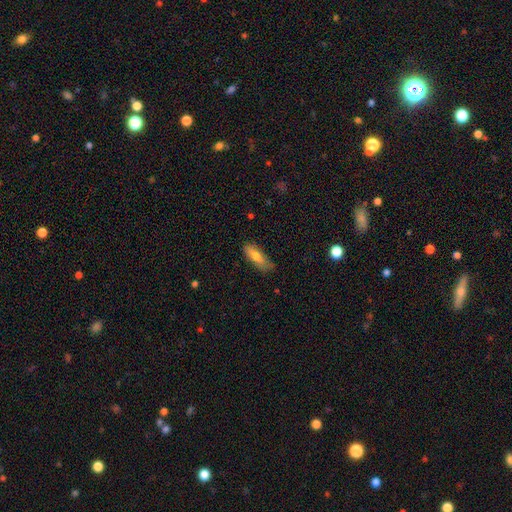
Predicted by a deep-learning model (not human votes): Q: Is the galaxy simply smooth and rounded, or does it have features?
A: smooth — 70%.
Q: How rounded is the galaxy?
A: in between — 51%.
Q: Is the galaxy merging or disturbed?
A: none — 76%.